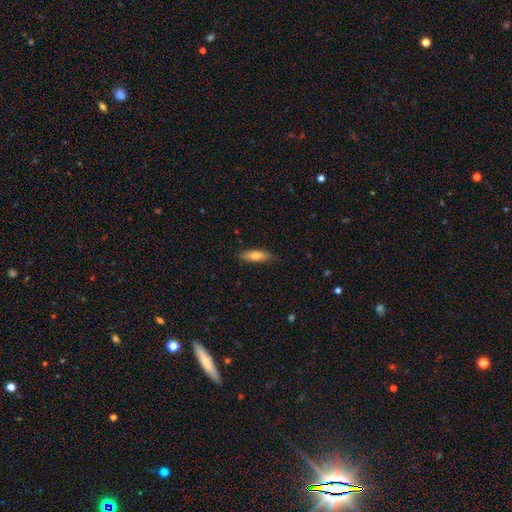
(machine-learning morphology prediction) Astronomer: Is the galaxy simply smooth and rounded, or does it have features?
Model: smooth — 74%.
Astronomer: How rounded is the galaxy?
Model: in between — 50% (runner-up: cigar-shaped, 48%).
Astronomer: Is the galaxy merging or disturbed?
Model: none — 83%.